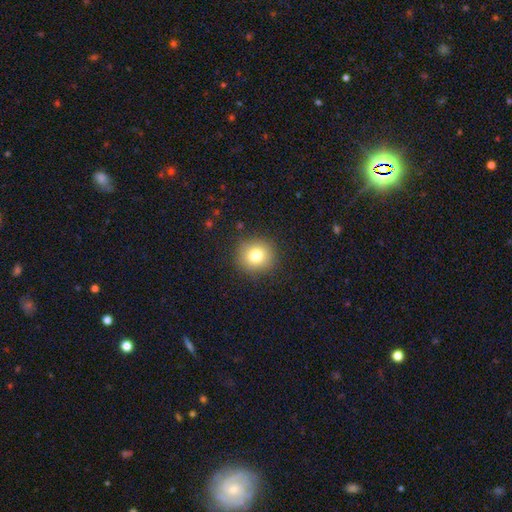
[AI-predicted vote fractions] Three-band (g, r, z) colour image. It shows a smooth galaxy with no disk features (78%) that is round (91%). Merging: none (89%).